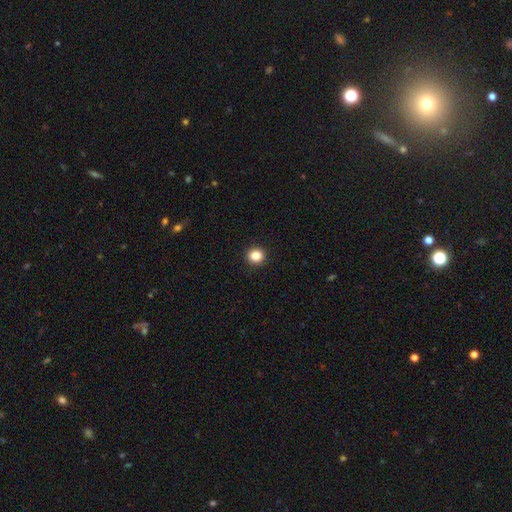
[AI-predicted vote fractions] Q: Smooth or featured?
A: smooth (86%); runner-up: star or artifact (10%)
Q: How rounded?
A: round (89%); runner-up: in between (10%)
Q: Merging?
A: none (93%); runner-up: minor disturbance (4%)